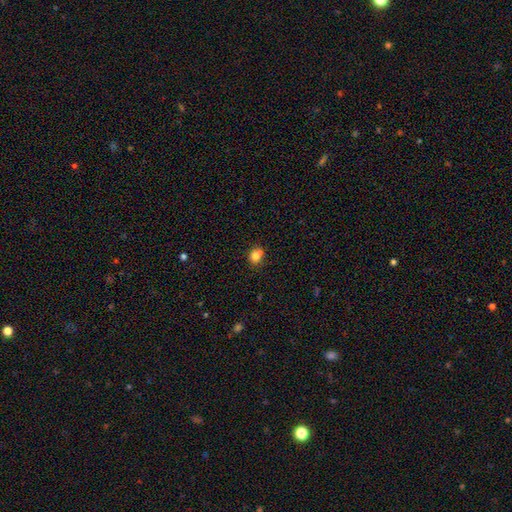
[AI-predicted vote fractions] A smooth galaxy with no disk features (80%) that is round (66%). Merging: none (56%).